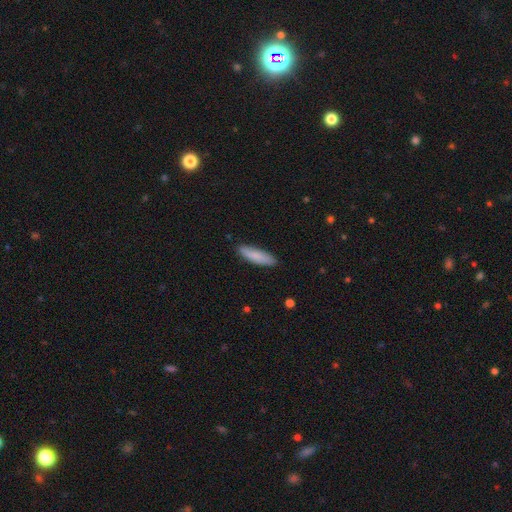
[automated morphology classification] This appears to be a smooth galaxy with no disk features (84%) that is cigar-shaped (66%). Merging: none (86%).